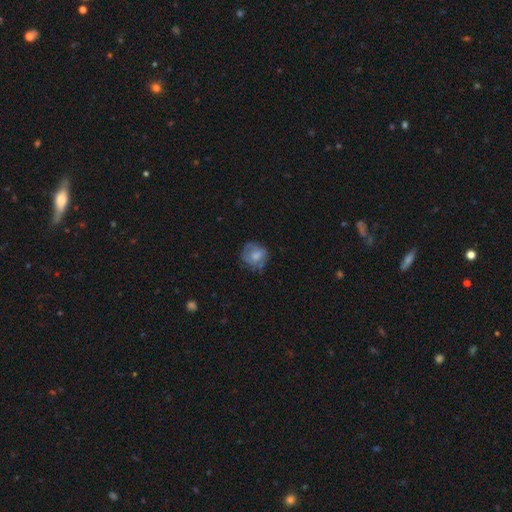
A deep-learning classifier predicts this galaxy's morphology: Smooth or featured? smooth (63%)
How rounded? round (76%)
Merging? none (57%)